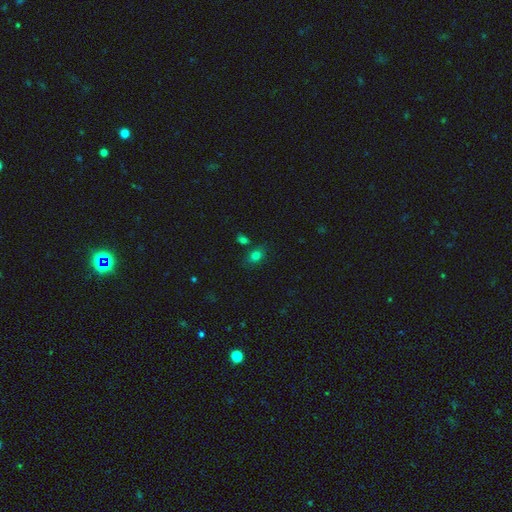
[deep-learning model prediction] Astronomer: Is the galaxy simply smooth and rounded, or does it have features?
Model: smooth — 76%.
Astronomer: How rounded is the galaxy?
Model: in between — 65%.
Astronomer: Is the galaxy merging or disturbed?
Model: none — 72%.